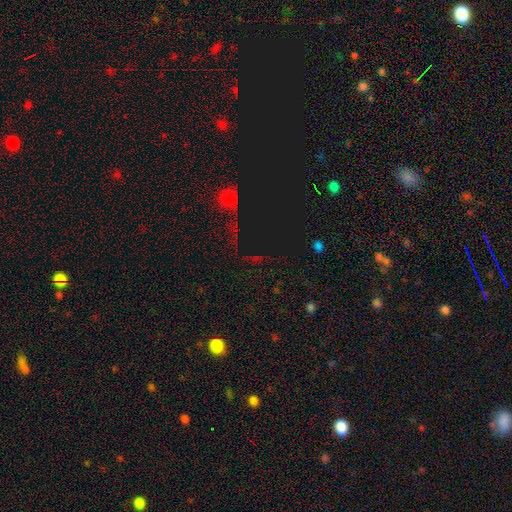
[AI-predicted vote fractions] A star or artifact, not a galaxy (75%).